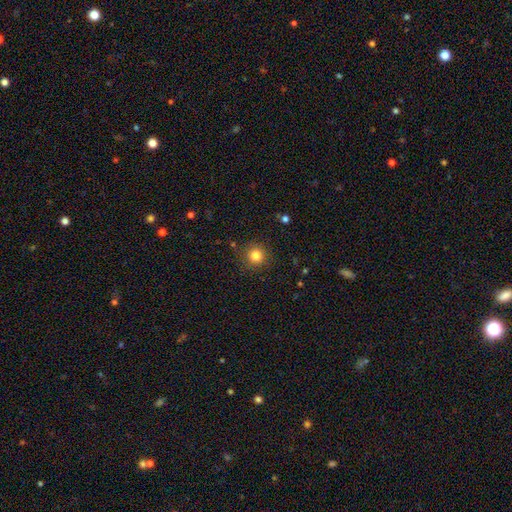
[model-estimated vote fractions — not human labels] This is clearly a smooth galaxy (83%). How rounded: clearly round (94%). Merging: clearly none (88%).